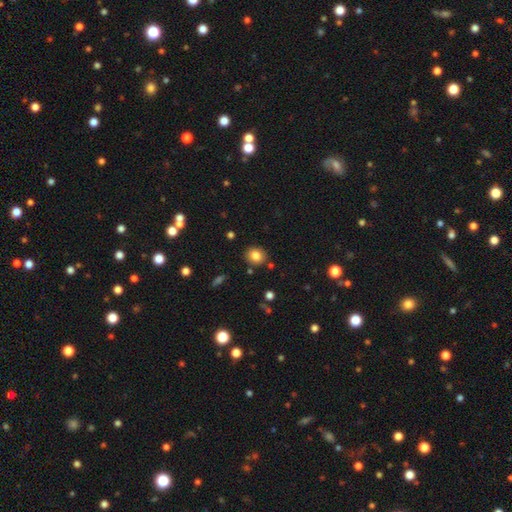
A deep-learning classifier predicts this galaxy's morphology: Overall: smooth (82%). How rounded: round (75%). Merging: none (85%).